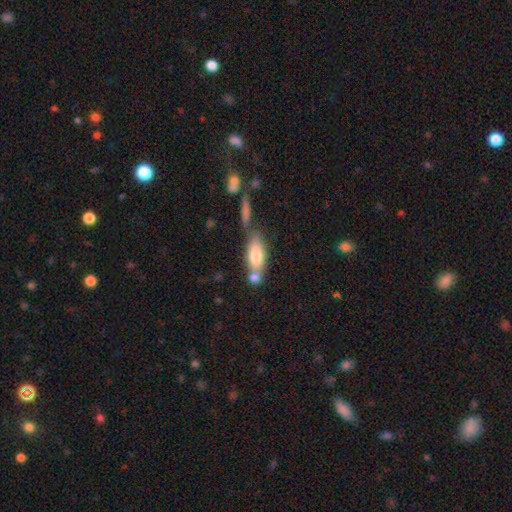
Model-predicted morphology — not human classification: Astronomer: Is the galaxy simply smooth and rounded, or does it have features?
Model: smooth — 75%.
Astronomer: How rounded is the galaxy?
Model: in between — 71%.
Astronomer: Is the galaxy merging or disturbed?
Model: none — 44% (runner-up: merger, 37%).